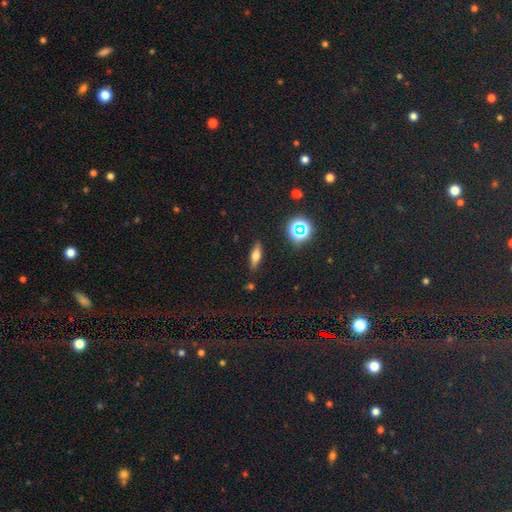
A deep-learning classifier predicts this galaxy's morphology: smooth-or-featured: smooth: 53% | featured or disk: 34% | star or artifact: 13%
  how-rounded: cigar-shaped: 51% | in between: 42% | round: 7%
  merging: none: 85% | minor disturbance: 10% | major disturbance: 3% | merger: 2%